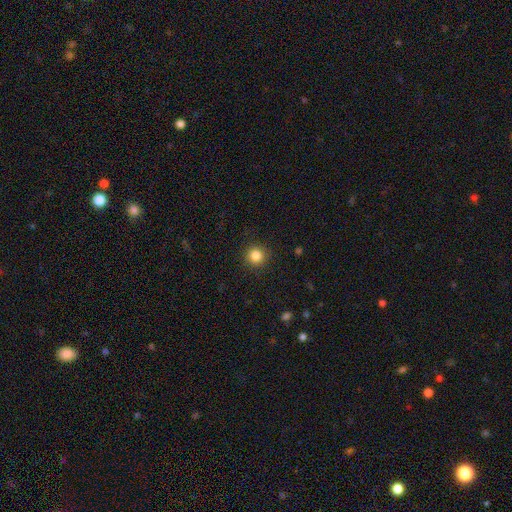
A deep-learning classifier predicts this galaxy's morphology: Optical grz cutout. It shows a smooth galaxy with no disk features (84%) that is round (95%). Merging: none (92%).